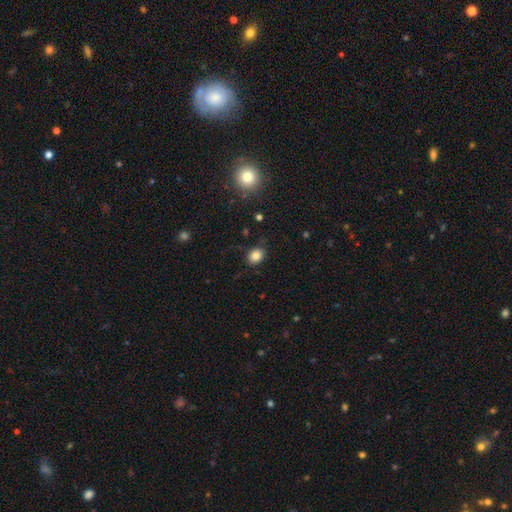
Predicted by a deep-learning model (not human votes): Overall: smooth (83%). How rounded: in between (56%; round 43%). Merging: none (82%).